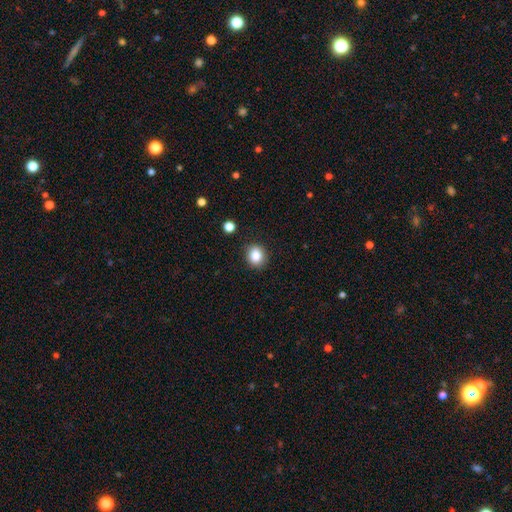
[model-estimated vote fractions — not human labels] Morphology: type=smooth (84%); roundness=round (75%); merging=none (88%).